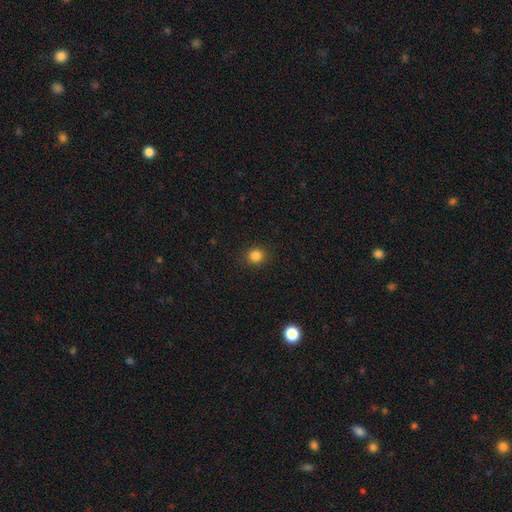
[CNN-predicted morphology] Smooth or featured?
  - smooth: 84% *
  - star or artifact: 12%
  - featured or disk: 4%
How rounded?
  - round: 87% *
  - in between: 12%
  - cigar-shaped: 1%
Merging?
  - none: 90% *
  - minor disturbance: 7%
  - major disturbance: 2%
  - merger: 1%